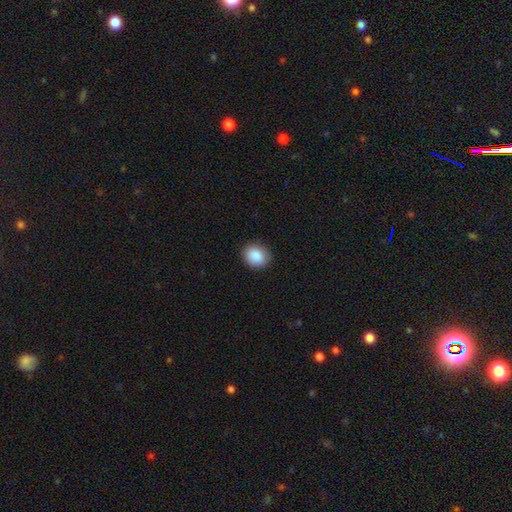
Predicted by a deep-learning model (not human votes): Smooth or featured?
  - smooth: 89% *
  - star or artifact: 7%
  - featured or disk: 3%
How rounded?
  - round: 54% *
  - in between: 45%
  - cigar-shaped: 1%
Merging?
  - none: 87% *
  - minor disturbance: 10%
  - major disturbance: 2%
  - merger: 1%